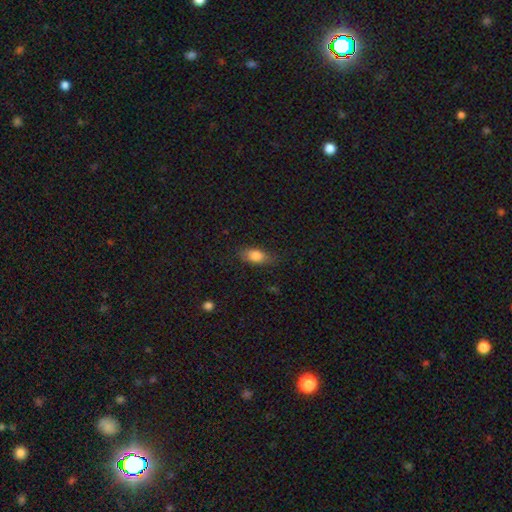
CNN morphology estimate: smooth-or-featured: smooth: 81% | featured or disk: 11% | star or artifact: 8%
  how-rounded: in between: 83% | cigar-shaped: 11% | round: 6%
  merging: none: 77% | minor disturbance: 17% | major disturbance: 5% | merger: 1%